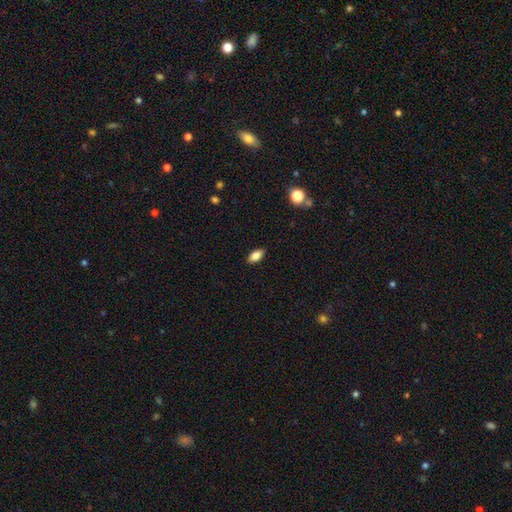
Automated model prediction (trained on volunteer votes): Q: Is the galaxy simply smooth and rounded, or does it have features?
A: smooth — 82%.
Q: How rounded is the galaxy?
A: in between — 89%.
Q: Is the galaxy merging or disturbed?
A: none — 89%.